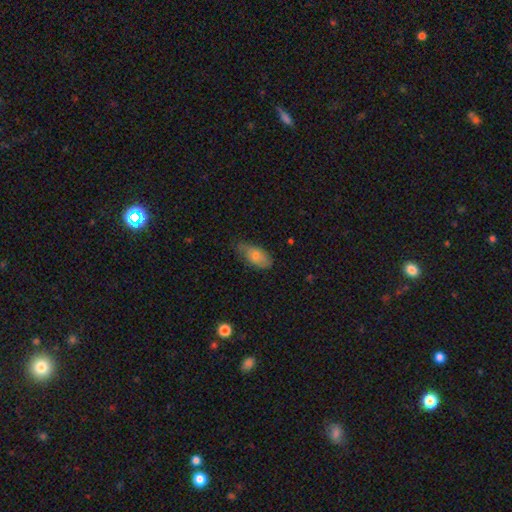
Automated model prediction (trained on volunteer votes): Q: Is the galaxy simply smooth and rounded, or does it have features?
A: smooth — 73%.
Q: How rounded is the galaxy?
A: in between — 87%.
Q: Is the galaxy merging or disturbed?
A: none — 63%.